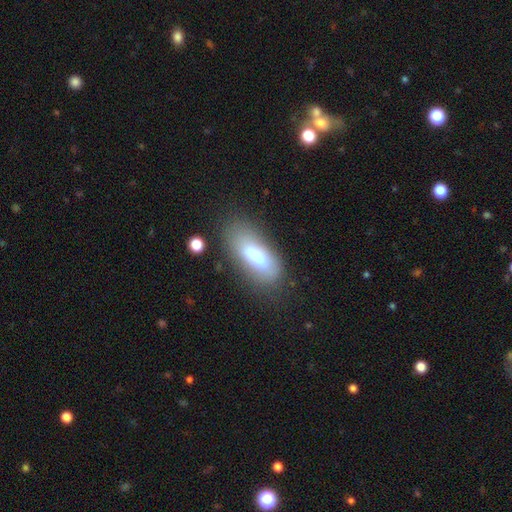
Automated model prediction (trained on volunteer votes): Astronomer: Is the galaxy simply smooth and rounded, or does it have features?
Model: smooth — 72%.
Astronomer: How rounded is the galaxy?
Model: in between — 78%.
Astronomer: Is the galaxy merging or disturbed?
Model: none — 72%.